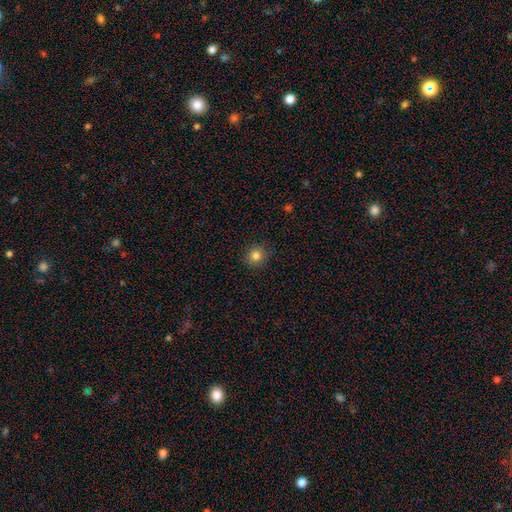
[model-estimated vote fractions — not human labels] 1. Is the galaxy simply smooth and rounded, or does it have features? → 82% smooth, 12% star or artifact, 6% featured or disk.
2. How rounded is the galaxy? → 91% round, 8% in between, 1% cigar-shaped.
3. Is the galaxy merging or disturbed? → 90% none, 7% minor disturbance, 2% major disturbance, 1% merger.